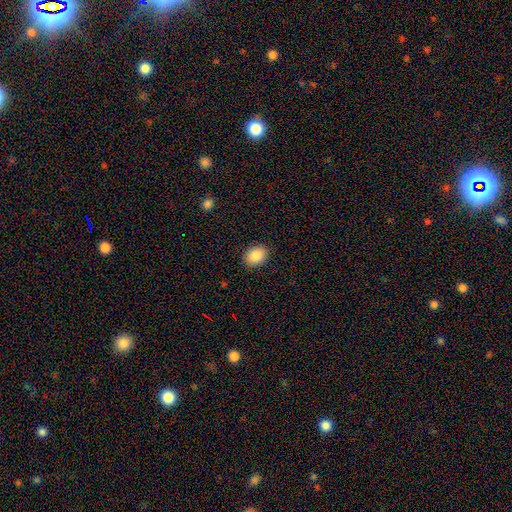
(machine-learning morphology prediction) A smooth galaxy with no disk features (87%) that is in between round and cigar-shaped (63%). Merging: none (90%).